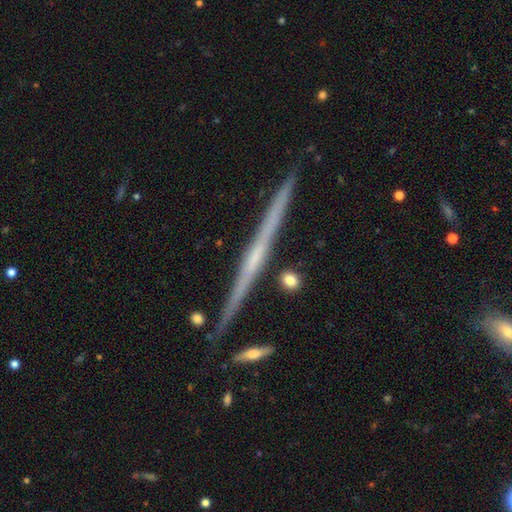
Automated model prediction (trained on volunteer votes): Smooth or featured? featured or disk (78%)
Edge-on disk? yes (98%)
Edge-on bulge? none (65%)
Merging? none (90%)